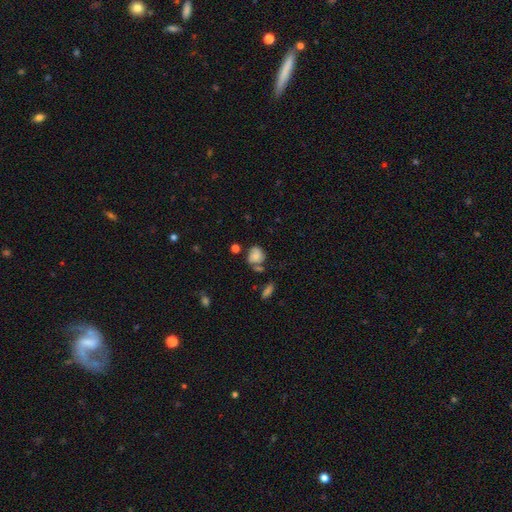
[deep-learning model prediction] A smooth galaxy with no disk features (63%) that is round (60%). Merging: none (48%).